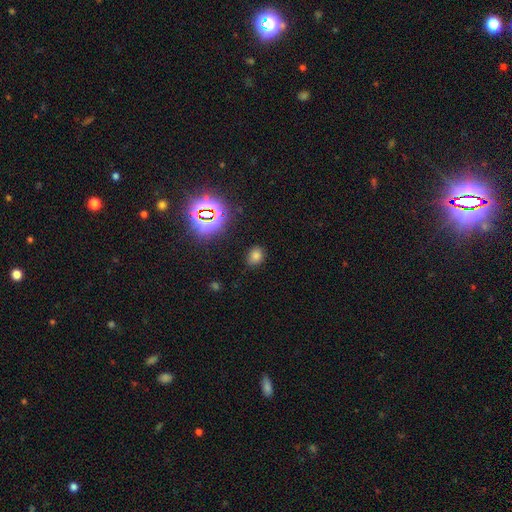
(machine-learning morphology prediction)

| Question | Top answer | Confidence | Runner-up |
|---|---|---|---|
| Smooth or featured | smooth | 70% | star or artifact (23%) |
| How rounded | in between | 56% | round (43%) |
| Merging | none | 82% | minor disturbance (13%) |